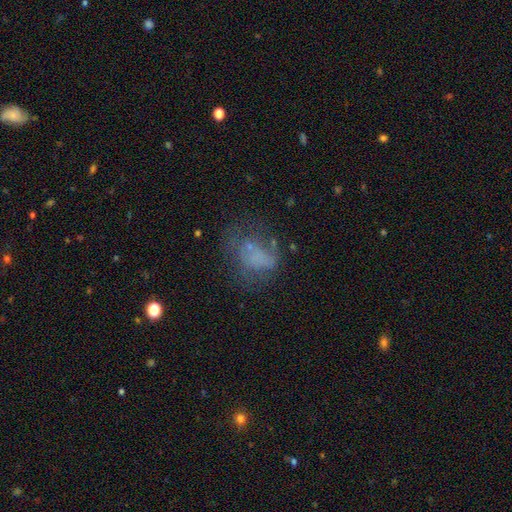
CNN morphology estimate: This is possibly a smooth galaxy (45%). Merging: possibly none (45%).